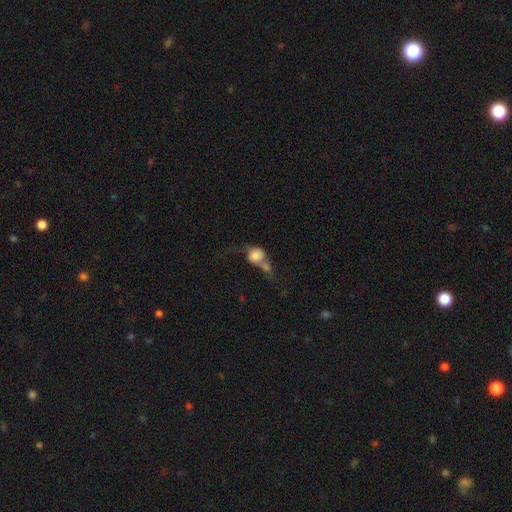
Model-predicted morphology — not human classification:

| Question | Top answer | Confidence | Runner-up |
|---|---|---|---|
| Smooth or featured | smooth | 73% | featured or disk (18%) |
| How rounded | round | 69% | in between (29%) |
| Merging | merger | 57% | major disturbance (17%) |